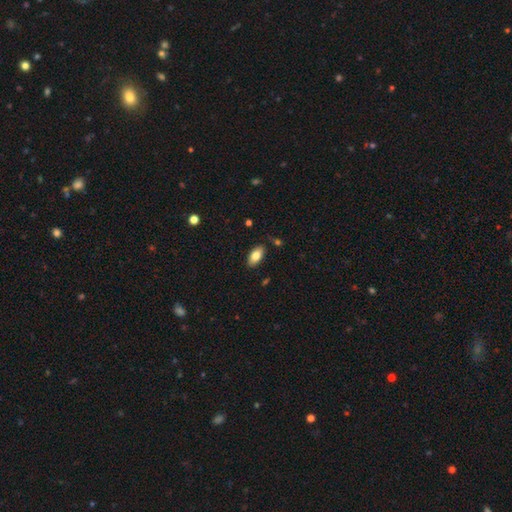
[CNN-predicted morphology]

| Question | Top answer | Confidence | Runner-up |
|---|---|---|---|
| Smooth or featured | smooth | 79% | featured or disk (14%) |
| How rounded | in between | 92% | cigar-shaped (6%) |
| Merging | none | 86% | minor disturbance (10%) |